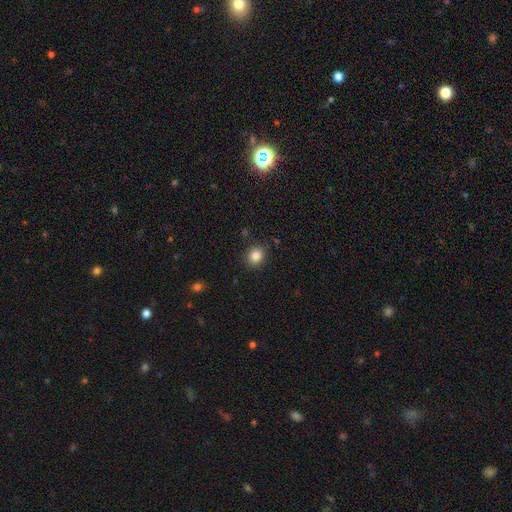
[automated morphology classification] Smooth or featured? smooth (84%)
How rounded? round (71%)
Merging? none (87%)